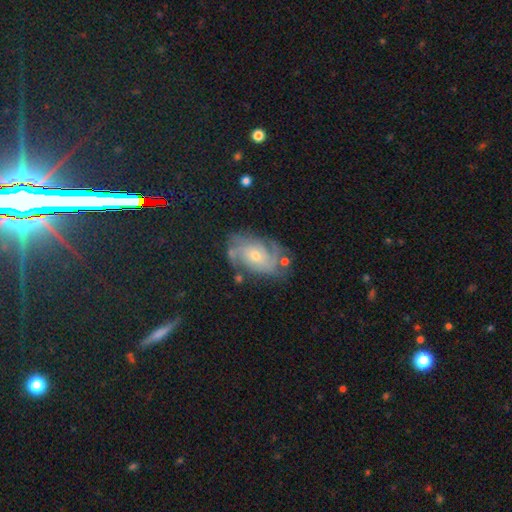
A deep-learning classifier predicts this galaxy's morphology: A featured or disk galaxy (74%) with no bar (72%), tight (55%) spiral arms (91%) and a small central bulge (56%).

Vote fractions:
- Smooth or featured? featured or disk: 74% / smooth: 14% / star or artifact: 12%
- Edge-on disk? no: 96% / yes: 4%
- Bar? no: 72% / weak: 24% / strong: 5%
- Spiral arms? yes: 91% / no: 9%
- Spiral winding? tight: 55% / medium: 34% / loose: 11%
- Spiral arm count? can't tell: 36% / 2: 27% / 3: 18% / 4: 8% / 1: 6% / more than 4: 6%
- Bulge size? small: 56% / moderate: 39% / large: 2% / none: 1% / dominant: 1%
- Merging? none: 66% / minor disturbance: 21% / major disturbance: 9% / merger: 4%